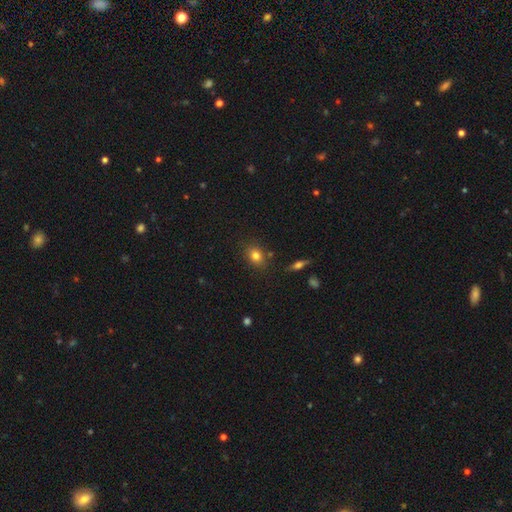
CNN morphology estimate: This is likely a smooth galaxy (80%). How rounded: possibly in between (54%). Merging: clearly none (80%).